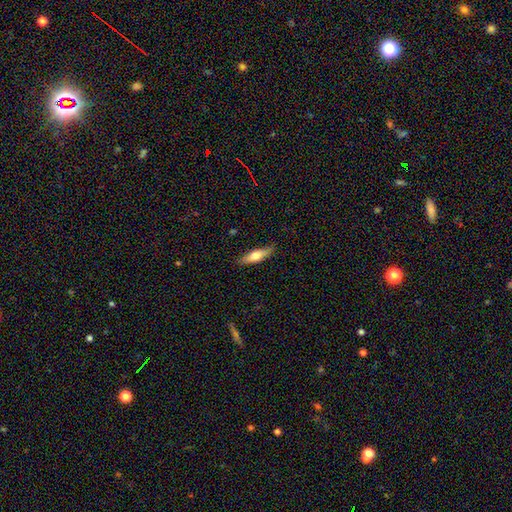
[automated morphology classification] Smooth or featured? Predicted: smooth (p=0.59). How rounded? Predicted: cigar-shaped (p=0.62). Merging? Predicted: none (p=0.85).